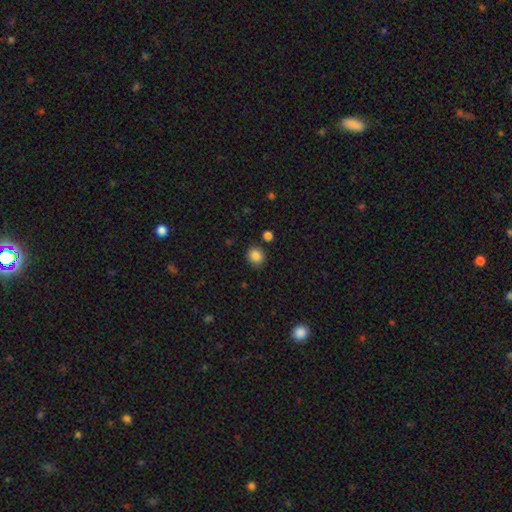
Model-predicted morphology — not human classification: Smooth or featured: smooth — 86% (star or artifact — 10%)
How rounded: round — 77% (in between — 22%)
Merging: none — 84% (minor disturbance — 9%)